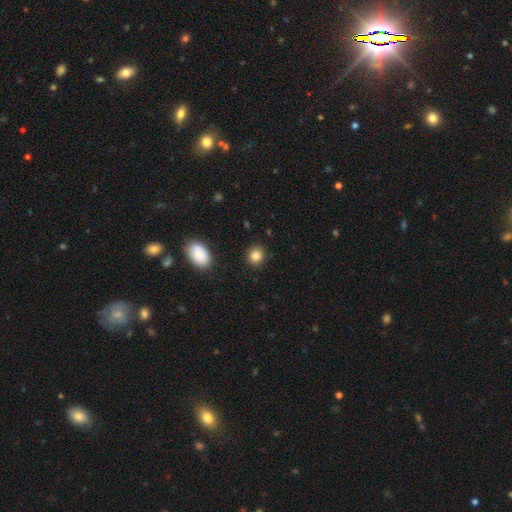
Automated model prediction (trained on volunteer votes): Smooth or featured? Predicted: smooth (p=0.85). How rounded? Predicted: round (p=0.78). Merging? Predicted: none (p=0.90).